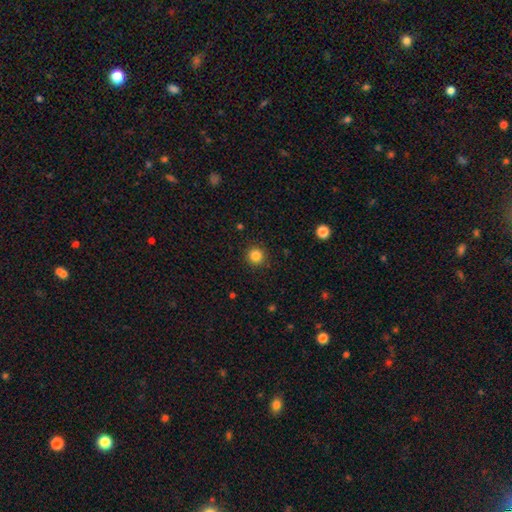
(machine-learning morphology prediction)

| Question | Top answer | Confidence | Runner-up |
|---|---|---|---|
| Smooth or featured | smooth | 84% | star or artifact (12%) |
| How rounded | round | 95% | in between (4%) |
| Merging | none | 92% | minor disturbance (5%) |